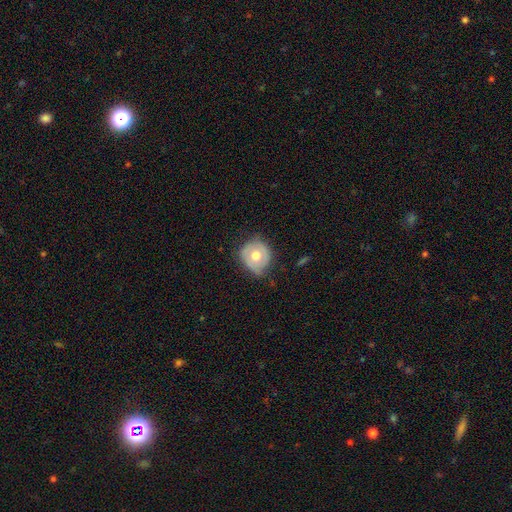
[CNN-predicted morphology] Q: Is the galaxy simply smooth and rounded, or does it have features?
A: smooth — 50%.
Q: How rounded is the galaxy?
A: round — 84%.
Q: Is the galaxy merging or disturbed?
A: none — 63%.